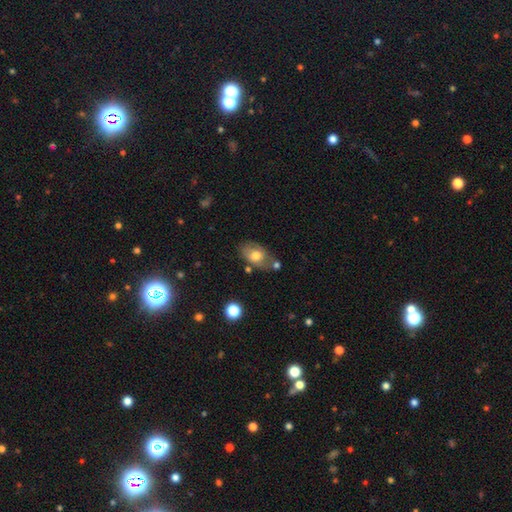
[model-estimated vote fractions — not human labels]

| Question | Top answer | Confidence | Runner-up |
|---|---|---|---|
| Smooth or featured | smooth | 69% | featured or disk (24%) |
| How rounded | in between | 87% | round (11%) |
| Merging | none | 59% | minor disturbance (22%) |